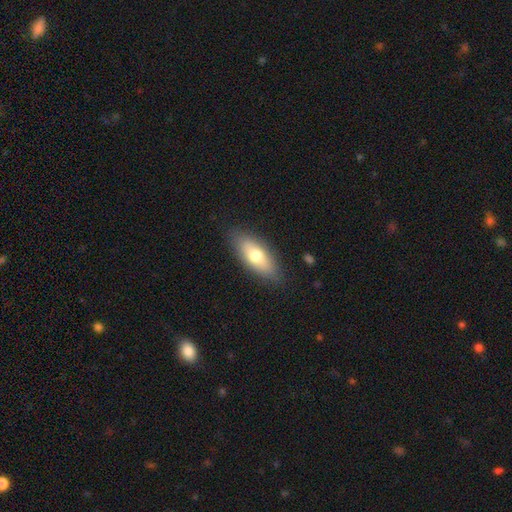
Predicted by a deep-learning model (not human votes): smooth 69%, featured or disk 25%, star or artifact 7%. Down the decision tree: how rounded — in between (75%); merging — none (85%).